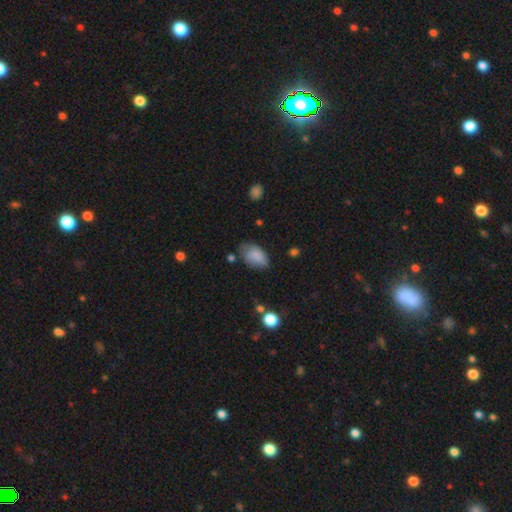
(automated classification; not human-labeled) The model was most divided on "merging": none: 62%, minor disturbance: 27%, major disturbance: 7%, merger: 3%. More confident: how rounded — in between (90%); smooth or featured — smooth (85%).